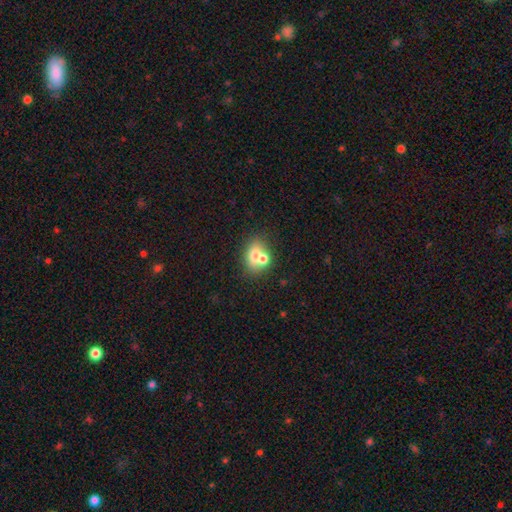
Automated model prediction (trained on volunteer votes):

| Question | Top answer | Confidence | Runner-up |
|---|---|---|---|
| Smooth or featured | smooth | 67% | featured or disk (22%) |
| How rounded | in between | 58% | round (40%) |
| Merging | merger | 46% | none (41%) |